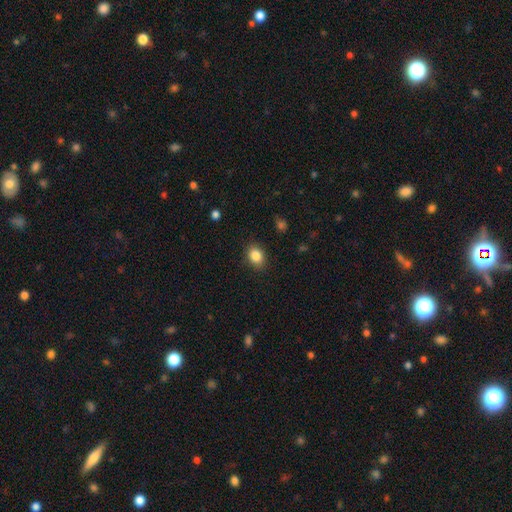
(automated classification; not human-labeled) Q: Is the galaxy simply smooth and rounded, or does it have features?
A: smooth — 86%.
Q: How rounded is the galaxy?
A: in between — 58%.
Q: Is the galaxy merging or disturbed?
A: none — 87%.